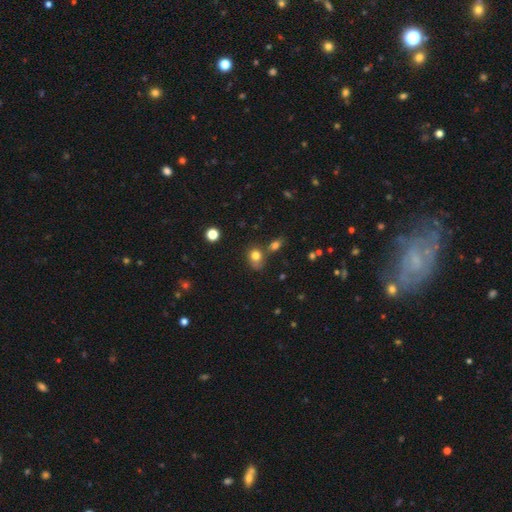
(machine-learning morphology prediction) Q: Smooth or featured?
A: smooth (79%); runner-up: star or artifact (12%)
Q: How rounded?
A: in between (53%); runner-up: round (46%)
Q: Merging?
A: none (50%); runner-up: merger (22%)